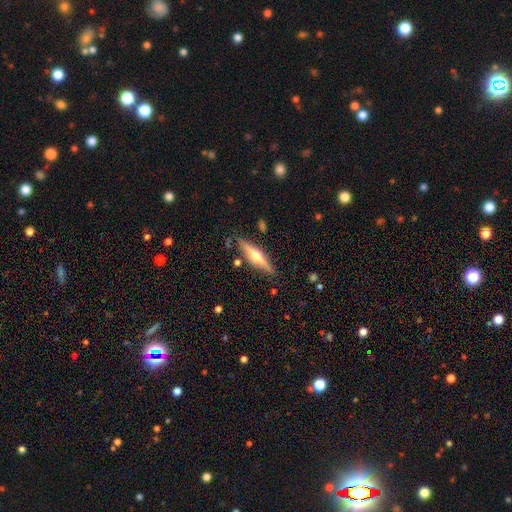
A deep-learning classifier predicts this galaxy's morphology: Smooth or featured: featured or disk — 64% (smooth — 30%)
Edge-on disk: yes — 95% (no — 5%)
Edge-on bulge: rounded — 92% (boxy — 5%)
Merging: none — 84% (minor disturbance — 11%)